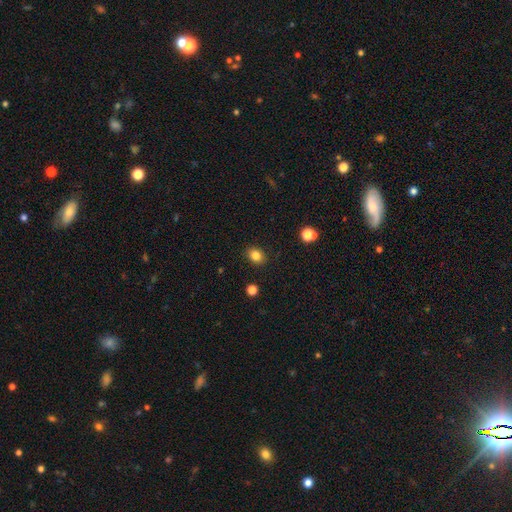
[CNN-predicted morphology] smooth-or-featured: smooth: 83% | star or artifact: 11% | featured or disk: 6%
  how-rounded: in between: 52% | round: 47% | cigar-shaped: 1%
  merging: none: 89% | minor disturbance: 8% | major disturbance: 2% | merger: 1%